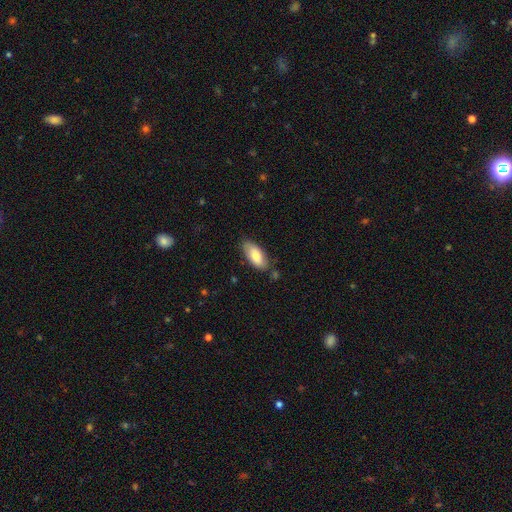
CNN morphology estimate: Smooth or featured: smooth — 78% (featured or disk — 15%)
How rounded: in between — 89% (cigar-shaped — 9%)
Merging: none — 78% (minor disturbance — 16%)